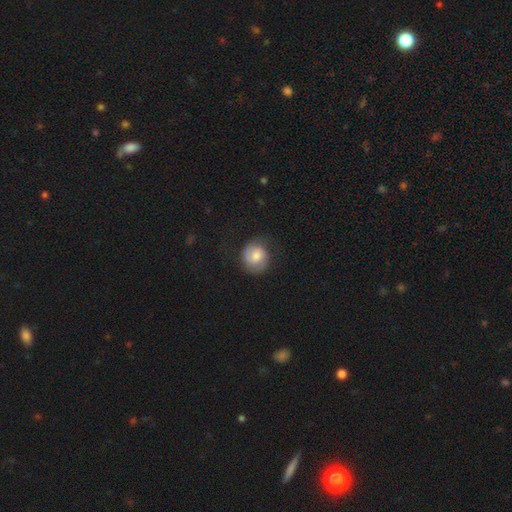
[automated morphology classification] Smooth or featured: smooth — 53% (featured or disk — 40%)
How rounded: round — 78% (in between — 21%)
Merging: none — 71% (minor disturbance — 20%)